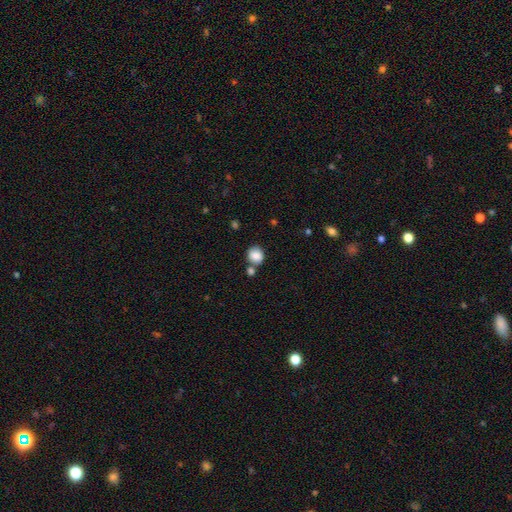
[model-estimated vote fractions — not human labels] A smooth galaxy with no disk features (87%) that is round (80%). Merging: none (66%).